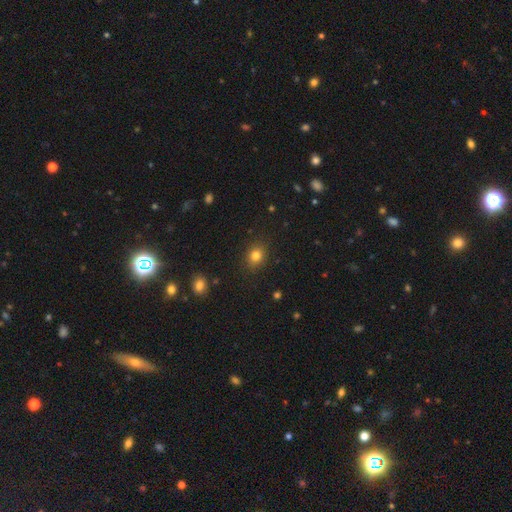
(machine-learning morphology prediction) Q: Smooth or featured?
A: smooth (81%); runner-up: star or artifact (13%)
Q: How rounded?
A: round (60%); runner-up: in between (39%)
Q: Merging?
A: none (87%); runner-up: minor disturbance (9%)